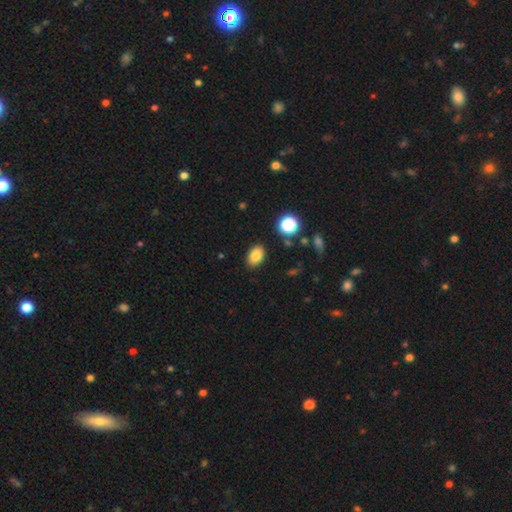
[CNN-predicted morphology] Smooth or featured? smooth (82%)
How rounded? in between (84%)
Merging? none (86%)